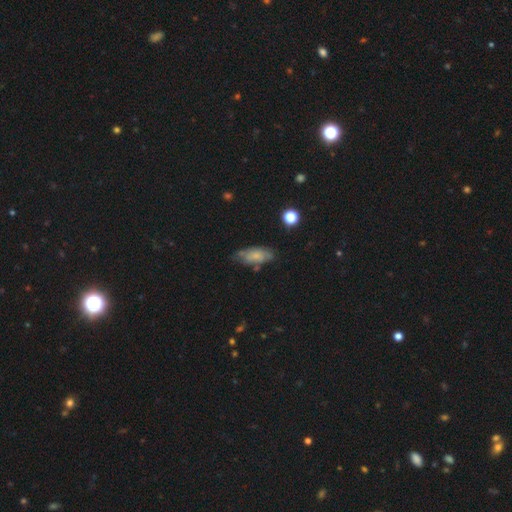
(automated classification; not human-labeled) smooth-or-featured: smooth: 67% | featured or disk: 25% | star or artifact: 9%
  how-rounded: in between: 83% | cigar-shaped: 14% | round: 3%
  merging: none: 60% | minor disturbance: 28% | major disturbance: 8% | merger: 5%